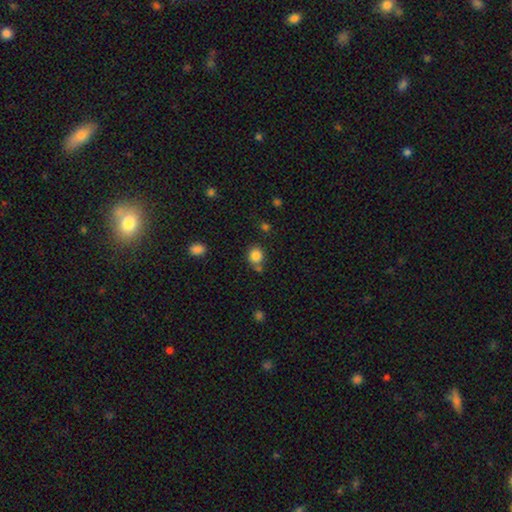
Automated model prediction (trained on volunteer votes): smooth_or_featured: smooth (p=0.84) [alt: star or artifact p=0.11]
how_rounded: round (p=0.83) [alt: in between p=0.16]
merging: none (p=0.69) [alt: merger p=0.15]